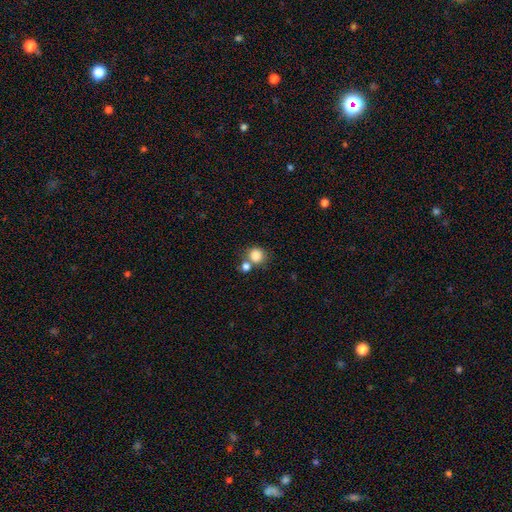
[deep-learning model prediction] smooth_or_featured: smooth (p=0.84) [alt: star or artifact p=0.11]
how_rounded: round (p=0.85) [alt: in between p=0.14]
merging: none (p=0.58) [alt: merger p=0.29]